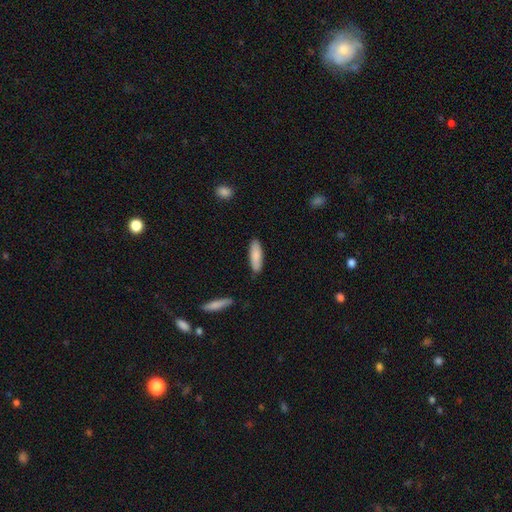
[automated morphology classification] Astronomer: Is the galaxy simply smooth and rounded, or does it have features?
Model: smooth — 85%.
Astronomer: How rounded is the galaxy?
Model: in between — 50% (runner-up: cigar-shaped, 49%).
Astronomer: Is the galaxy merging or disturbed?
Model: none — 83%.